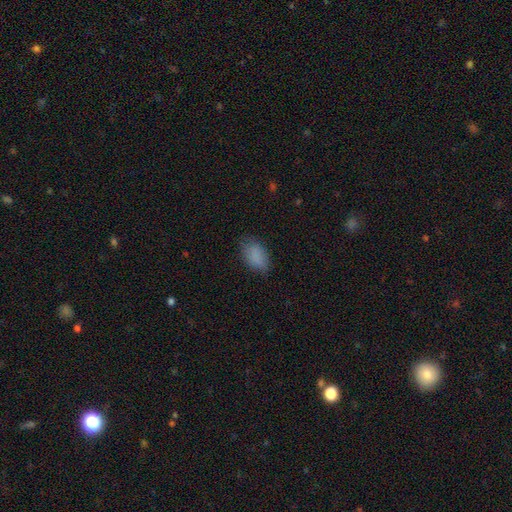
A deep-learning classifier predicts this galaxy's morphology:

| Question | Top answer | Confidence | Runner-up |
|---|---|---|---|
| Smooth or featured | smooth | 85% | star or artifact (8%) |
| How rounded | in between | 91% | round (7%) |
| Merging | none | 73% | minor disturbance (21%) |